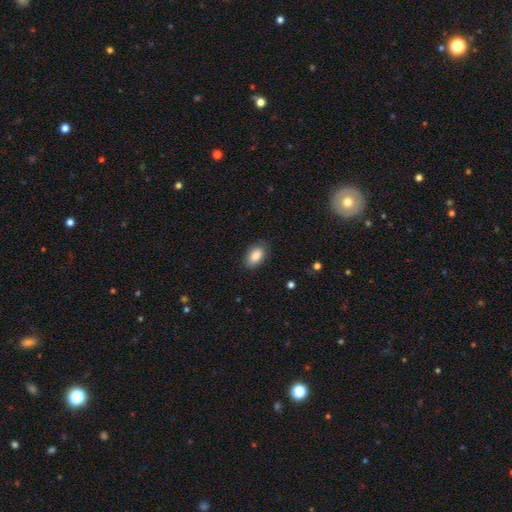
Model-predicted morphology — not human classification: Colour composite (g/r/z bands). It shows a smooth galaxy with no disk features (88%) that is in between round and cigar-shaped (91%). Merging: none (83%).